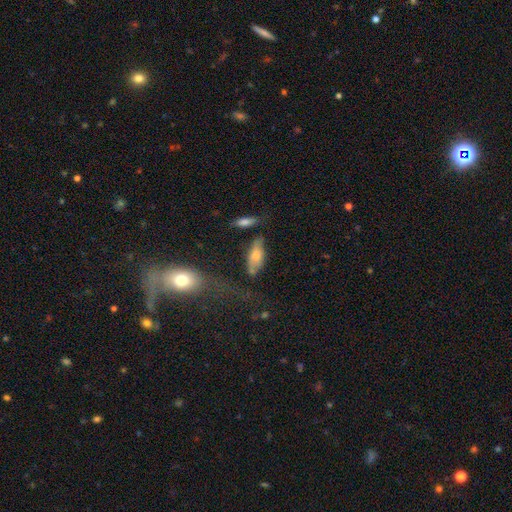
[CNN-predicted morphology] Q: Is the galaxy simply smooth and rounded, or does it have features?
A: smooth — 65%.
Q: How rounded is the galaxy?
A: in between — 73%.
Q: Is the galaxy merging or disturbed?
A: none — 55%.